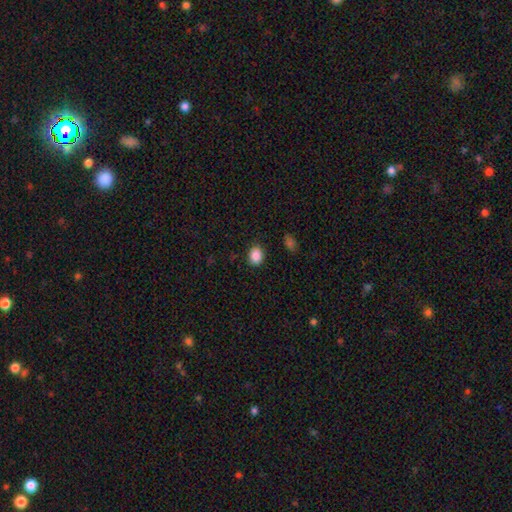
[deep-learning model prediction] Morphology: type=smooth (87%); roundness=in between (56%); merging=none (87%).